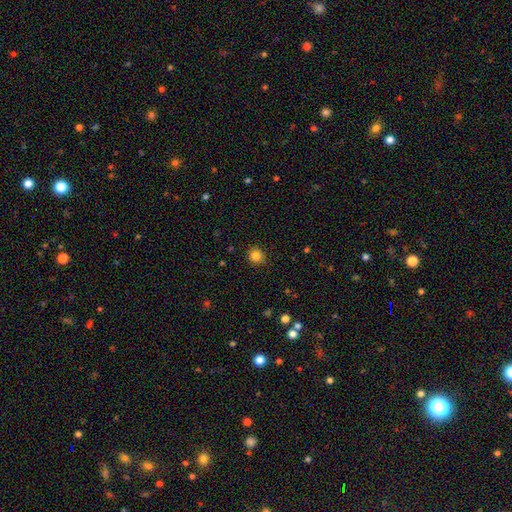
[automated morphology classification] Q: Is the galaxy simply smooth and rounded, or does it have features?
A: smooth — 84%.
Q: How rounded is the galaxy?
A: round — 93%.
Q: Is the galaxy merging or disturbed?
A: none — 89%.